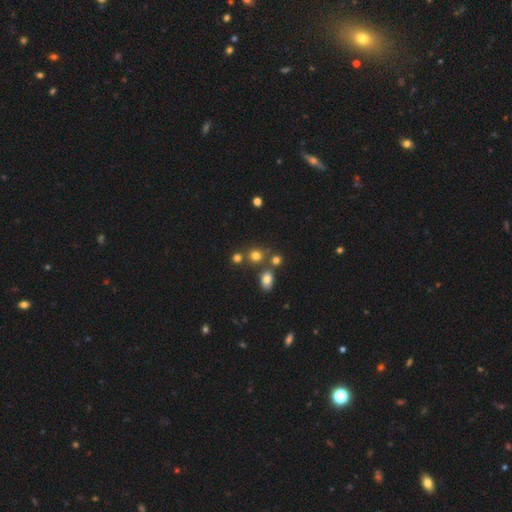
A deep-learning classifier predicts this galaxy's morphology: Smooth or featured?
  - smooth: 74% *
  - star or artifact: 17%
  - featured or disk: 8%
How rounded?
  - round: 81% *
  - in between: 18%
  - cigar-shaped: 1%
Merging?
  - none: 66% *
  - merger: 21%
  - minor disturbance: 9%
  - major disturbance: 4%